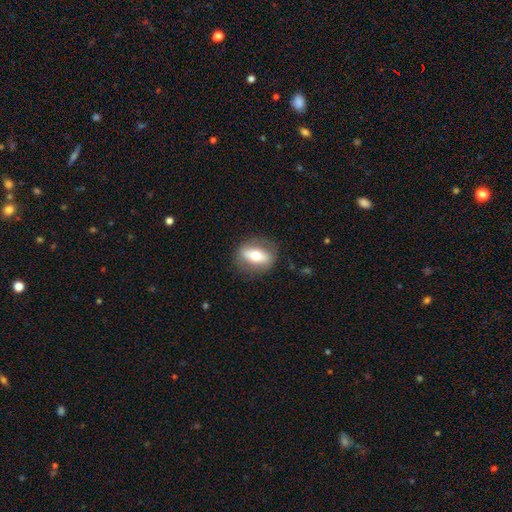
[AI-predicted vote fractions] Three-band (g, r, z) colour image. It shows a smooth galaxy with no disk features (54%) that is in between round and cigar-shaped (74%). Merging: none (81%).